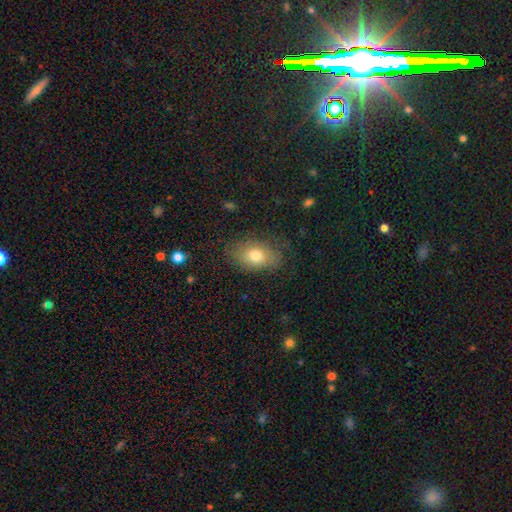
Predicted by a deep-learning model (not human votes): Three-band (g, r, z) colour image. It shows a smooth galaxy with no disk features (76%) that is in between round and cigar-shaped (85%). Merging: none (75%).